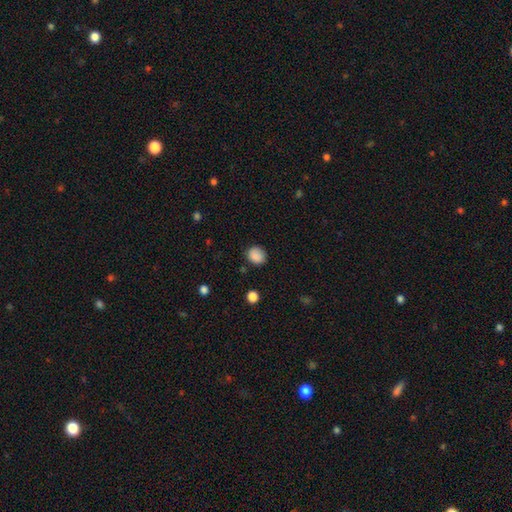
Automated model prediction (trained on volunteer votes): smooth_or_featured: smooth (p=0.87) [alt: star or artifact p=0.09]
how_rounded: round (p=0.68) [alt: in between p=0.31]
merging: none (p=0.82) [alt: minor disturbance p=0.13]